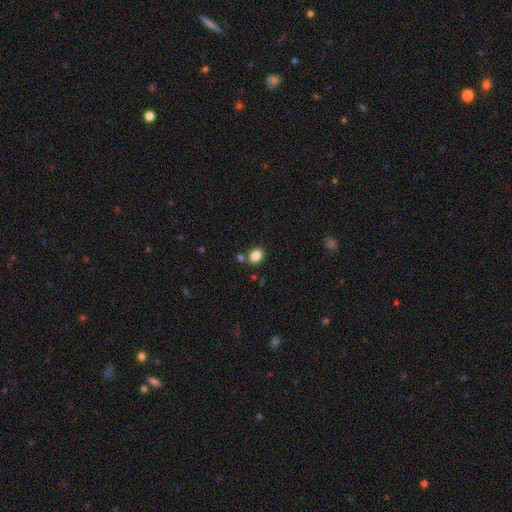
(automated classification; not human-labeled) A smooth galaxy with no disk features (85%) that is in between round and cigar-shaped (50%). Merging: none (78%).